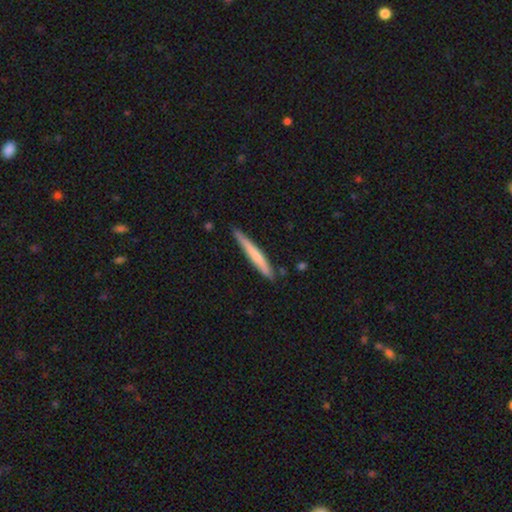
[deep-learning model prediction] Smooth or featured? Predicted: smooth (p=0.61). How rounded? Predicted: cigar-shaped (p=0.96). Merging? Predicted: none (p=0.81).